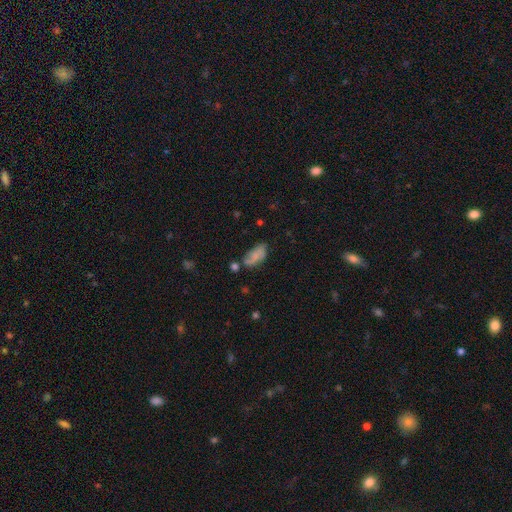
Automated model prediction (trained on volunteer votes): This is likely a smooth galaxy (67%). How rounded: clearly in between (89%). Merging: possibly none (48%).